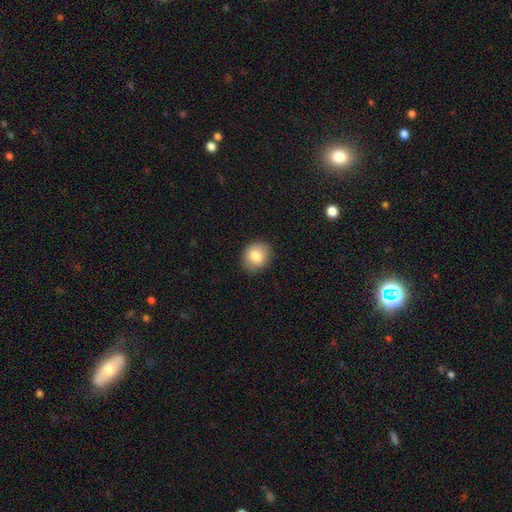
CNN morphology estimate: type=smooth (82%); roundness=round (77%); merging=none (85%).